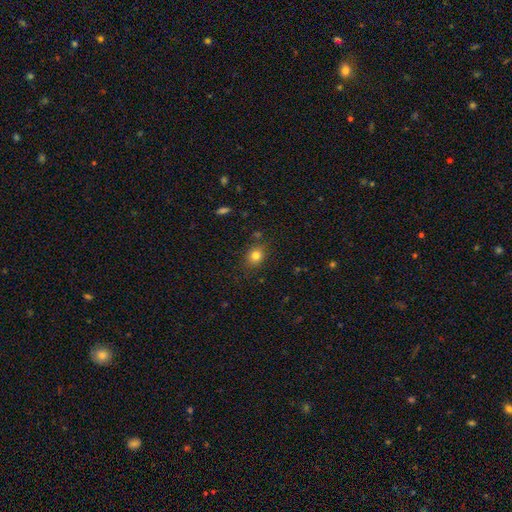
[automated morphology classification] Smooth or featured? smooth (79%)
How rounded? round (64%)
Merging? none (83%)